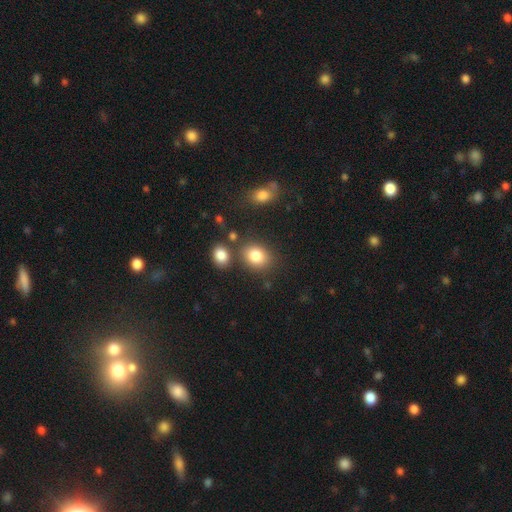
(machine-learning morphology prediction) type=smooth (83%); roundness=in between (55%); merging=none (70%).